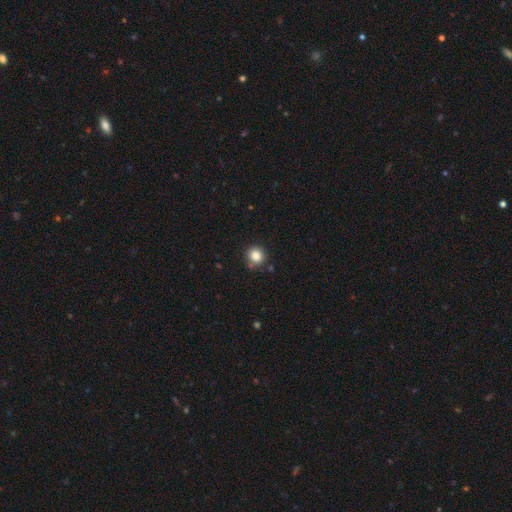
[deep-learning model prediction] Smooth or featured? smooth (84%)
How rounded? round (91%)
Merging? none (82%)